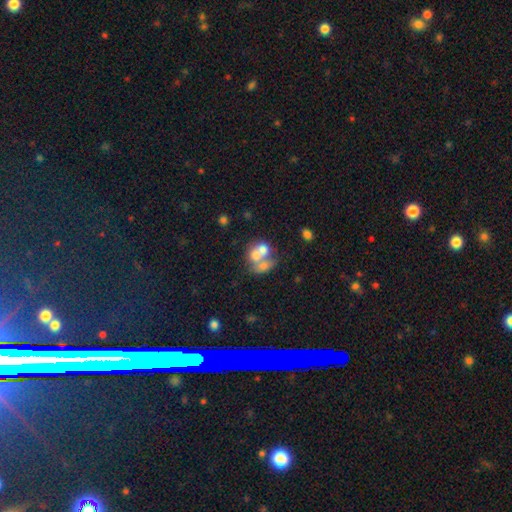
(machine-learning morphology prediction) smooth_or_featured: smooth (p=0.55) [alt: featured or disk p=0.34]
how_rounded: round (p=0.53) [alt: in between p=0.46]
merging: merger (p=0.68) [alt: none p=0.20]